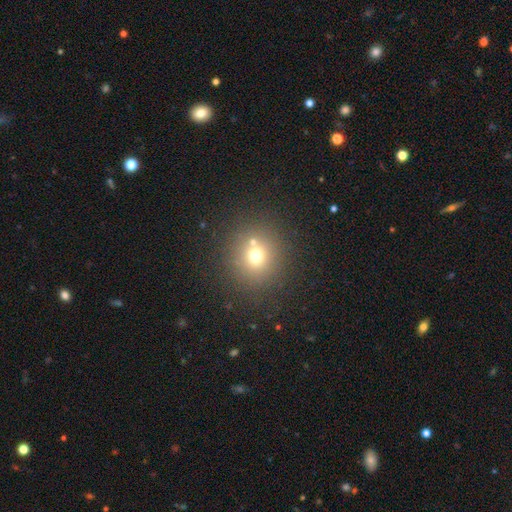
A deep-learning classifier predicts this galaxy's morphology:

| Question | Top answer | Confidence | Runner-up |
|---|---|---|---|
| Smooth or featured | smooth | 67% | star or artifact (20%) |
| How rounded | round | 90% | in between (9%) |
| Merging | none | 76% | merger (12%) |